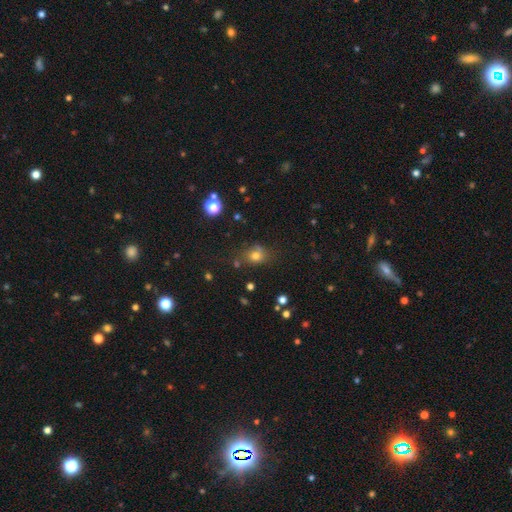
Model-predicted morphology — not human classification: smooth-or-featured: smooth: 74% | star or artifact: 17% | featured or disk: 9%
  how-rounded: round: 65% | in between: 34% | cigar-shaped: 1%
  merging: none: 67% | minor disturbance: 18% | merger: 8% | major disturbance: 7%